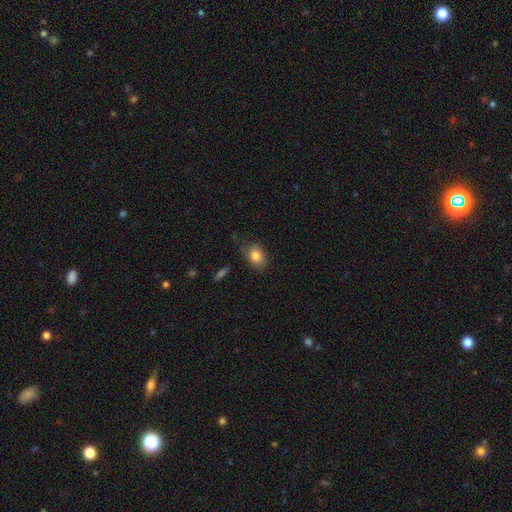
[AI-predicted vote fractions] A smooth galaxy with no disk features (82%) that is in between round and cigar-shaped (67%). Merging: none (67%).